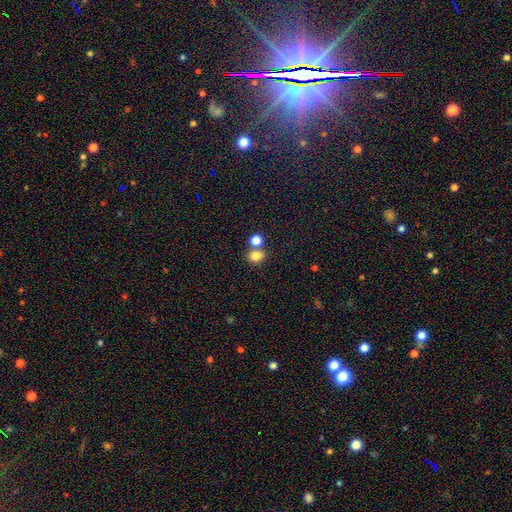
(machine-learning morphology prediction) A smooth galaxy with no disk features (81%) that is round (58%). Merging: none (53%).